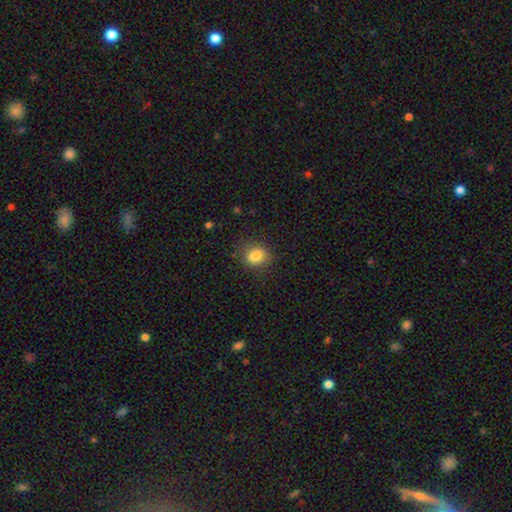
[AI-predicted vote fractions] This is clearly a smooth galaxy (82%). How rounded: possibly round (57%). Merging: clearly none (81%).